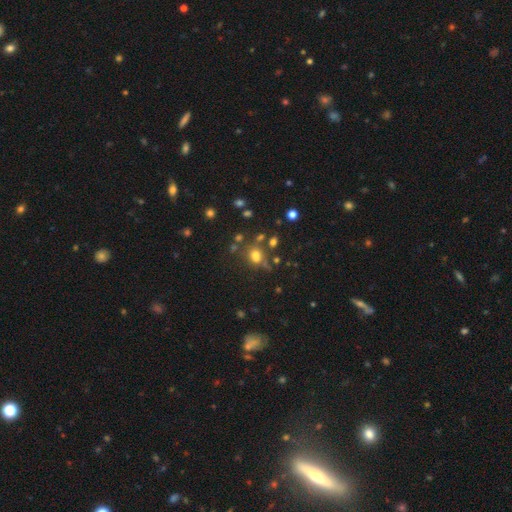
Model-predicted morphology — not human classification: type=smooth (67%); roundness=round (57%); merging=none (57%).